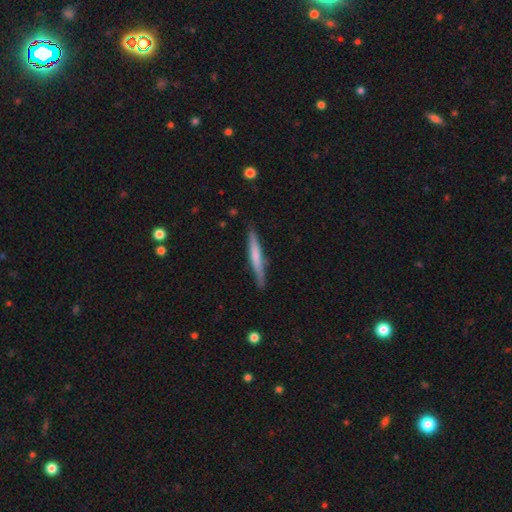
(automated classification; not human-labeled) smooth 57%, featured or disk 38%, star or artifact 5%. Down the decision tree: how rounded — cigar-shaped (95%); merging — none (84%).